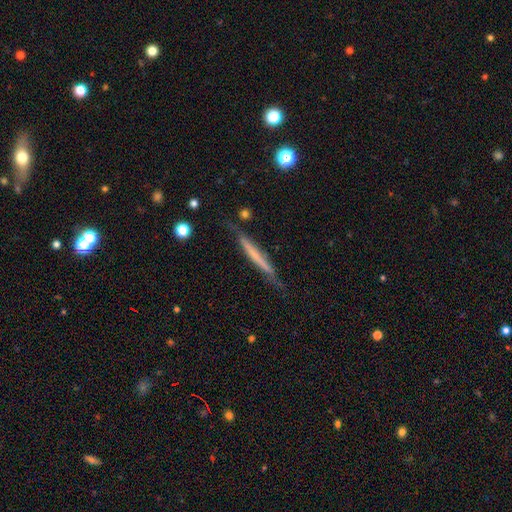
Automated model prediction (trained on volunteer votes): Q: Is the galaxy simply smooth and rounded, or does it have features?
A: featured or disk — 51%.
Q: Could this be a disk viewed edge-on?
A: yes — 94%.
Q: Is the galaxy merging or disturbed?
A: none — 76%.